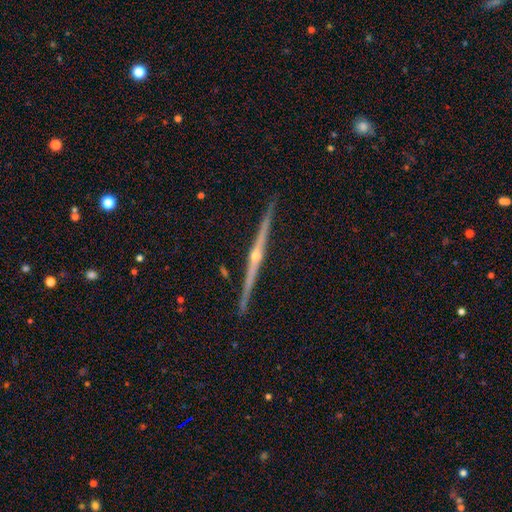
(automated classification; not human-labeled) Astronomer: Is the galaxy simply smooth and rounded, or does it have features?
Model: featured or disk — 89%.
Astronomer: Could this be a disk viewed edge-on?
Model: yes — 99%.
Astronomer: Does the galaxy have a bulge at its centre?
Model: rounded — 87%.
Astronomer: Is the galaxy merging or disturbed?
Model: none — 93%.